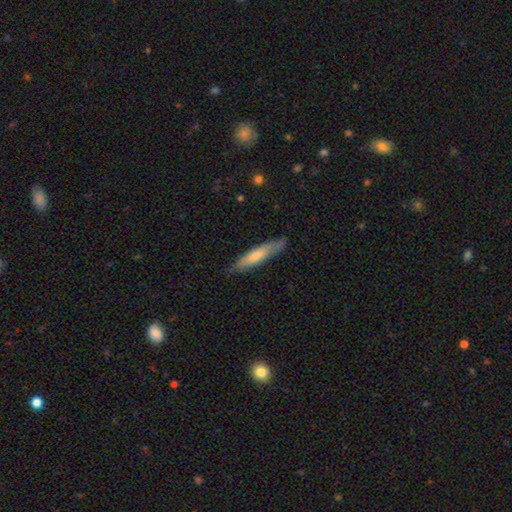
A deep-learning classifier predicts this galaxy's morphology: type=smooth (66%); roundness=cigar-shaped (87%); merging=none (85%).